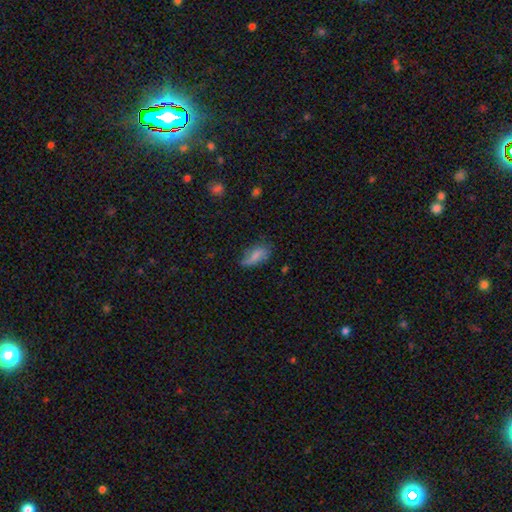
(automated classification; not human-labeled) The model was most divided on "merging": none: 51%, minor disturbance: 33%, major disturbance: 13%, merger: 3%. More confident: how rounded — in between (81%); smooth or featured — smooth (70%).